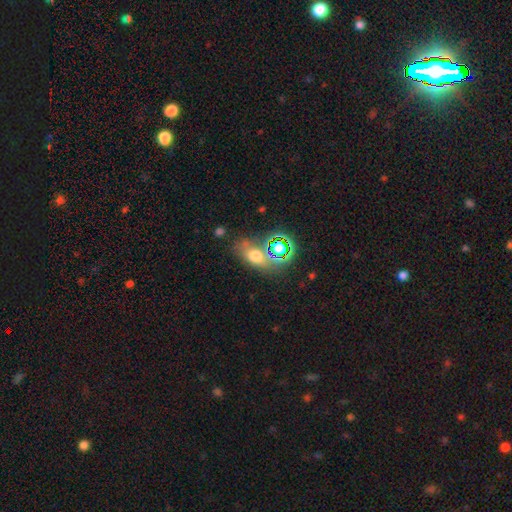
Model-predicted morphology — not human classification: Smooth or featured?
  - smooth: 58% *
  - star or artifact: 26%
  - featured or disk: 16%
How rounded?
  - in between: 69% *
  - round: 26%
  - cigar-shaped: 5%
Merging?
  - none: 61% *
  - minor disturbance: 17%
  - merger: 14%
  - major disturbance: 8%